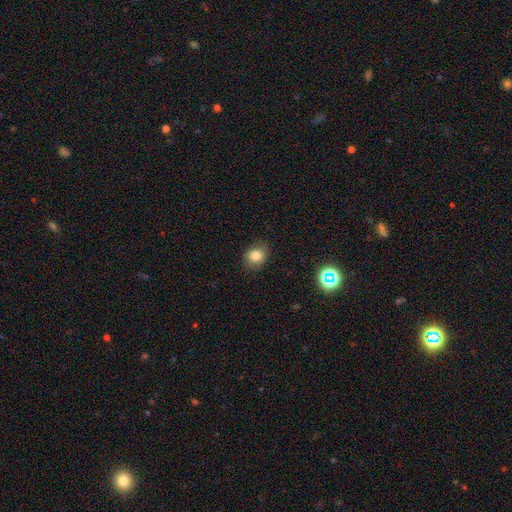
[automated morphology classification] Smooth or featured?
  - smooth: 81% *
  - star or artifact: 12%
  - featured or disk: 7%
How rounded?
  - round: 59% *
  - in between: 40%
  - cigar-shaped: 1%
Merging?
  - none: 80% *
  - minor disturbance: 15%
  - major disturbance: 4%
  - merger: 1%